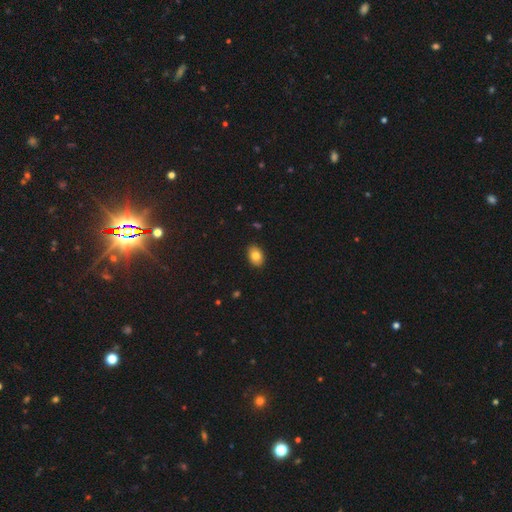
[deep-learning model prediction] A smooth galaxy with no disk features (82%) that is in between round and cigar-shaped (80%). Merging: none (89%).